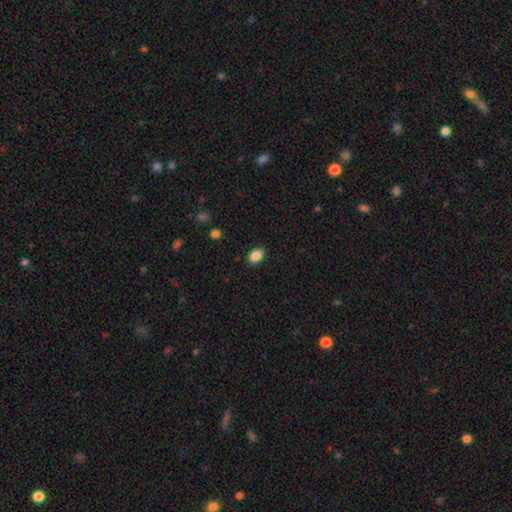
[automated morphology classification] The model was most divided on "how rounded": in between: 81%, round: 18%, cigar-shaped: 1%. More confident: merging — none (89%); smooth or featured — smooth (88%).